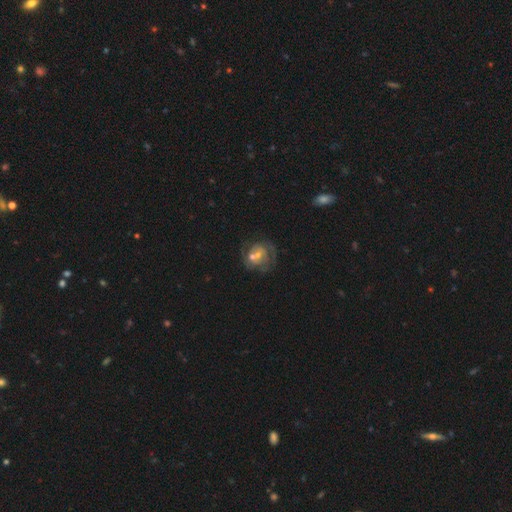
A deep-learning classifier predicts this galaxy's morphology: Smooth or featured: featured or disk — 60% (smooth — 30%)
Edge-on disk: no — 97% (yes — 3%)
Bar: no — 69% (weak — 25%)
Spiral arms: yes — 59% (no — 41%)
Bulge size: small — 44% (moderate — 43%)
Merging: none — 38% (merger — 34%)